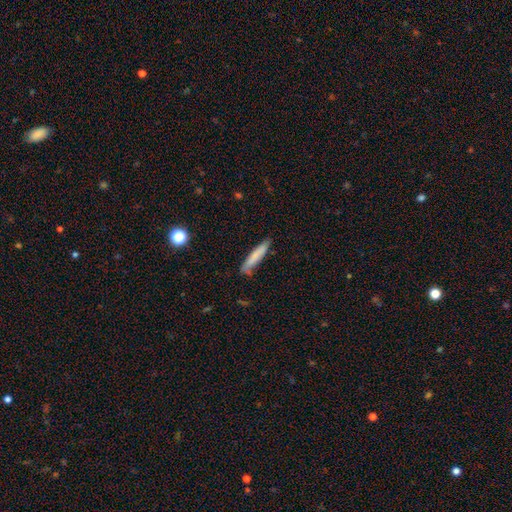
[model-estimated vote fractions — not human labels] Morphology: type=smooth (76%); roundness=cigar-shaped (90%); merging=none (76%).